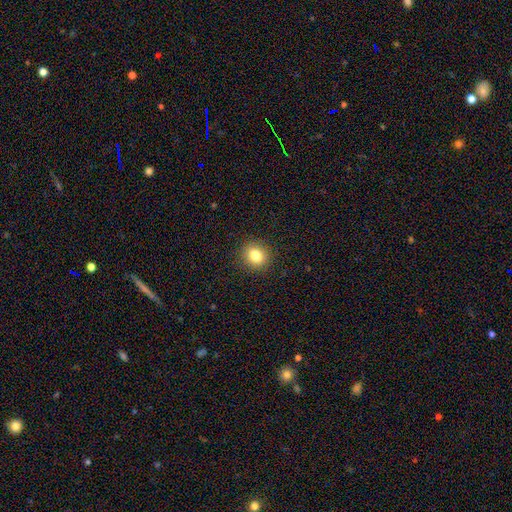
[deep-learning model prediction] Smooth or featured? Predicted: smooth (p=0.82). How rounded? Predicted: round (p=0.78). Merging? Predicted: none (p=0.90).